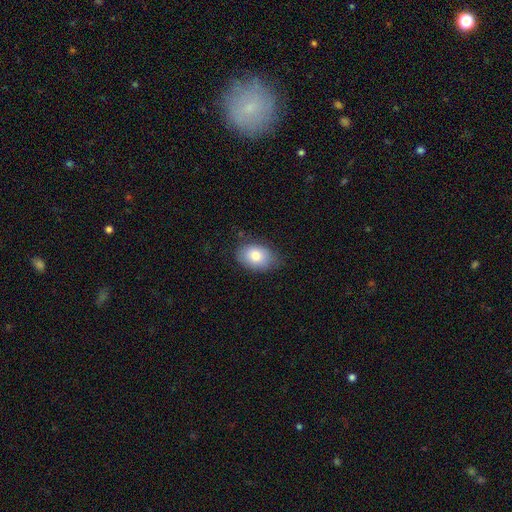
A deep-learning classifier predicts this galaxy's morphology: This is likely a smooth galaxy (79%). How rounded: clearly in between (81%). Merging: likely none (74%).